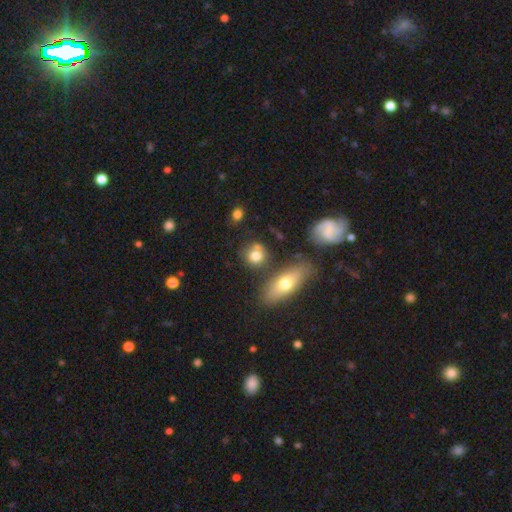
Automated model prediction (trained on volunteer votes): The model was most divided on "merging": none: 61%, merger: 17%, minor disturbance: 15%, major disturbance: 7%. More confident: smooth or featured — smooth (75%); how rounded — round (75%).